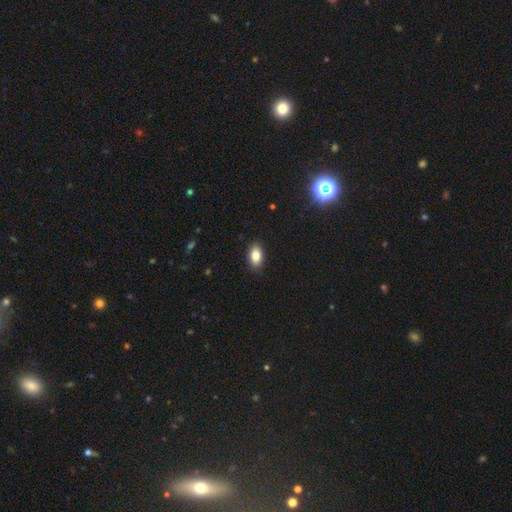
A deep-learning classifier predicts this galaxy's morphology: A smooth galaxy with no disk features (86%) that is in between round and cigar-shaped (91%). Merging: none (89%).